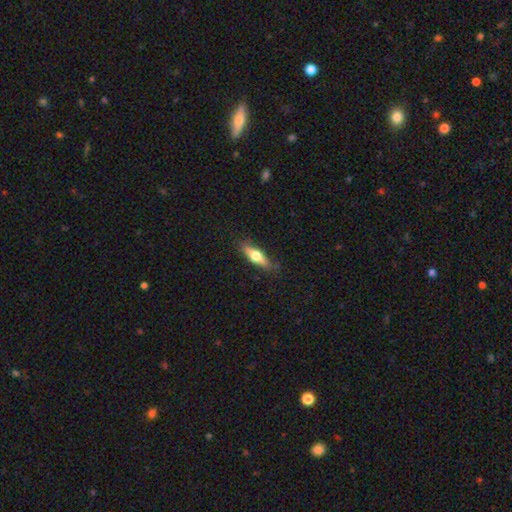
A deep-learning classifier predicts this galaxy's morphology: This appears to be a smooth galaxy with no disk features (53%) that is cigar-shaped (54%). Merging: none (82%).